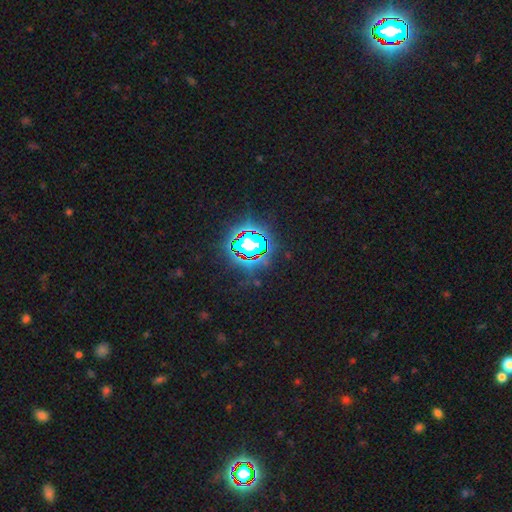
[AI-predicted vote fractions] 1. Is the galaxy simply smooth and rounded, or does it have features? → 80% star or artifact, 12% smooth, 9% featured or disk.